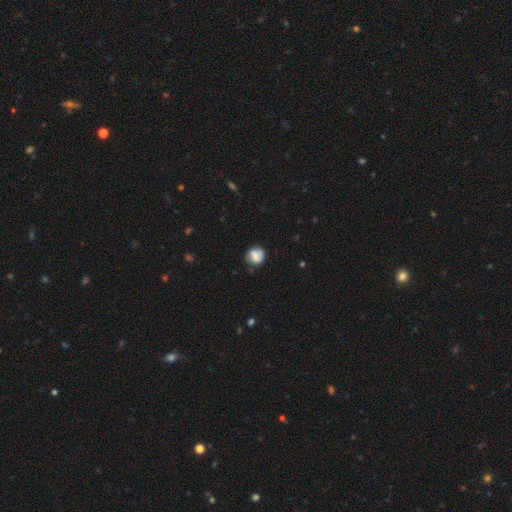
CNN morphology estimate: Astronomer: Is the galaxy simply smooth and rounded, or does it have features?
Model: smooth — 72%.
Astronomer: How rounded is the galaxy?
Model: round — 76%.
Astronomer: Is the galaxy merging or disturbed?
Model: none — 65%.